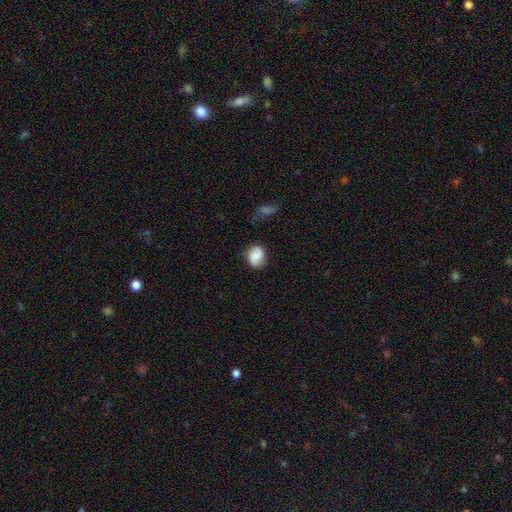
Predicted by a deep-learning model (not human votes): Morphology: type=smooth (63%); roundness=round (50%); merging=none (71%).